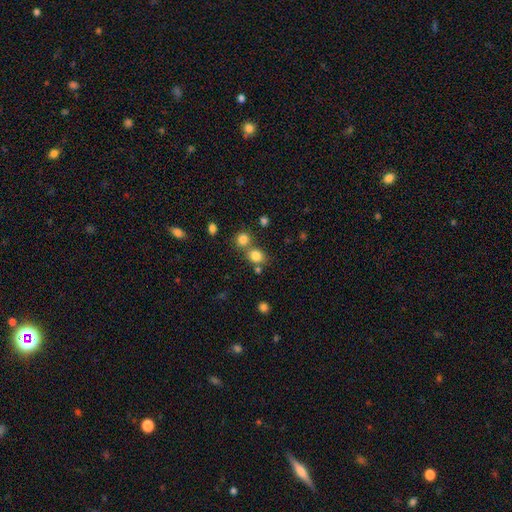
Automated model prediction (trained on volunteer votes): smooth 81%, star or artifact 13%, featured or disk 6%. Down the decision tree: how rounded — round (77%); merging — none (60%).